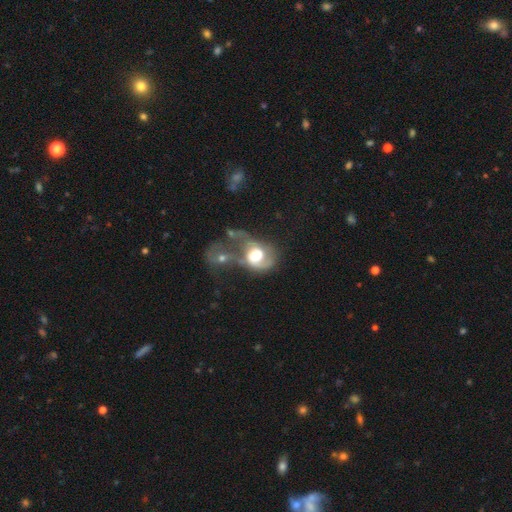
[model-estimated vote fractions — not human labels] A featured or disk galaxy (64%) with no bar (61%), spiral arms (76%) and a large central bulge (49%).

Vote fractions:
- Smooth or featured? featured or disk: 64% / smooth: 29% / star or artifact: 7%
- Edge-on disk? no: 97% / yes: 3%
- Bar? no: 61% / weak: 30% / strong: 9%
- Spiral arms? yes: 76% / no: 24%
- Bulge size? large: 49% / moderate: 36% / dominant: 9% / small: 4% / none: 3%
- Merging? merger: 49% / major disturbance: 30% / none: 12% / minor disturbance: 9%